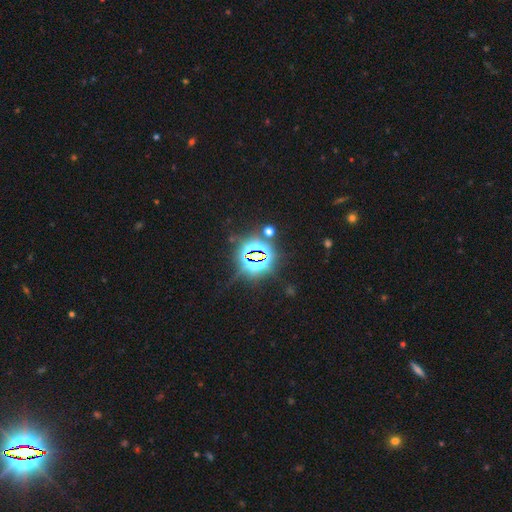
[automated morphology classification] Overall: star or artifact (80%).